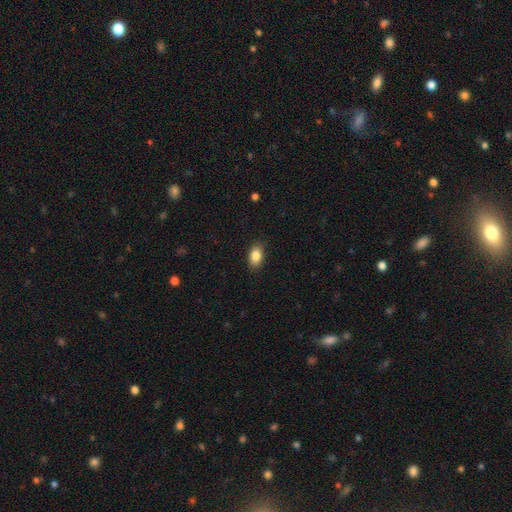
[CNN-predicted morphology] smooth-or-featured: smooth: 86% | star or artifact: 8% | featured or disk: 6%
  how-rounded: in between: 89% | round: 9% | cigar-shaped: 2%
  merging: none: 87% | minor disturbance: 10% | major disturbance: 2% | merger: 1%